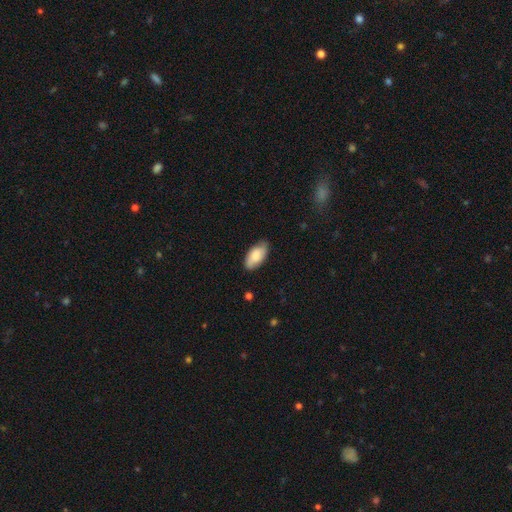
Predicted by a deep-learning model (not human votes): smooth-or-featured: smooth: 72% | featured or disk: 21% | star or artifact: 7%
  how-rounded: in between: 93% | cigar-shaped: 5% | round: 3%
  merging: none: 79% | minor disturbance: 17% | major disturbance: 3% | merger: 1%